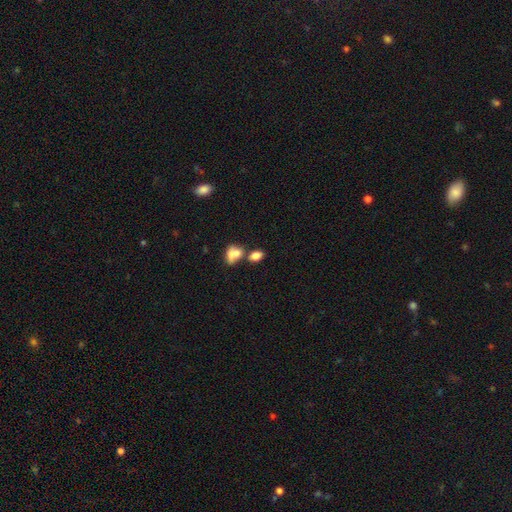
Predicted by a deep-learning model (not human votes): Morphology: type=smooth (80%); roundness=in between (80%); merging=merger (43%).